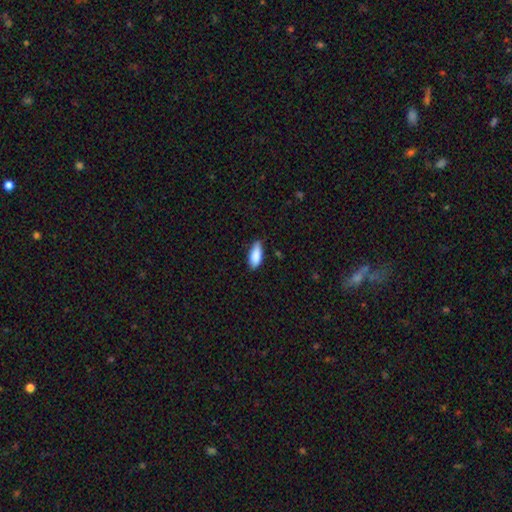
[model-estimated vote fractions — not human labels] This is clearly a smooth galaxy (88%). How rounded: clearly in between (81%). Merging: likely none (77%).